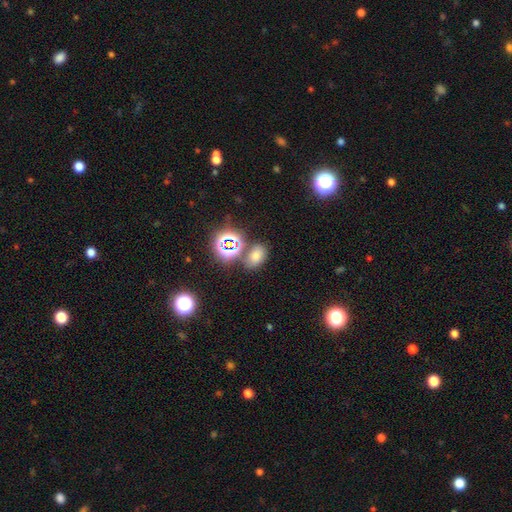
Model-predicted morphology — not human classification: Smooth or featured? Predicted: smooth (p=0.67). How rounded? Predicted: in between (p=0.76). Merging? Predicted: none (p=0.70).